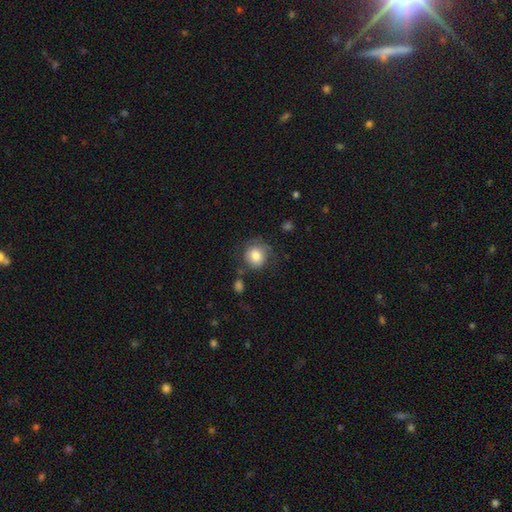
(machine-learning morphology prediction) This appears to be a smooth galaxy with no disk features (75%) that is round (84%). Merging: none (60%).